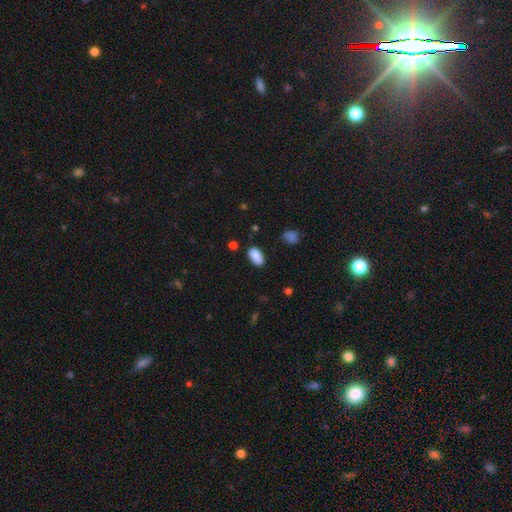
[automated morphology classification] The model was most divided on "merging": none: 79%, minor disturbance: 15%, major disturbance: 3%, merger: 2%. More confident: how rounded — in between (94%); smooth or featured — smooth (87%).